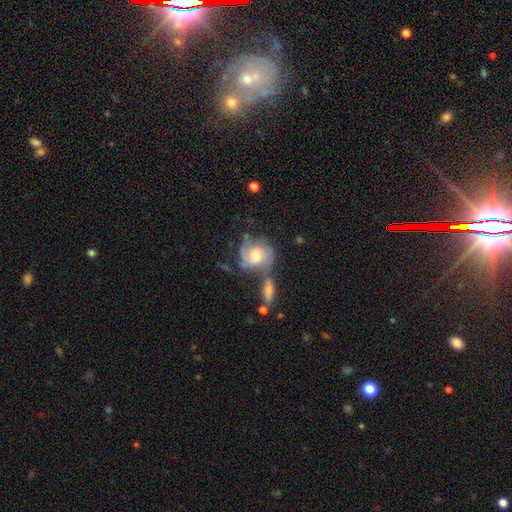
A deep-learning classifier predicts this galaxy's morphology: This appears to be a featured or disk galaxy (70%) with no bar (65%), 2 (57%) tight (43%) spiral arms (88%) and a moderate central bulge (68%). Merging: none (39%).